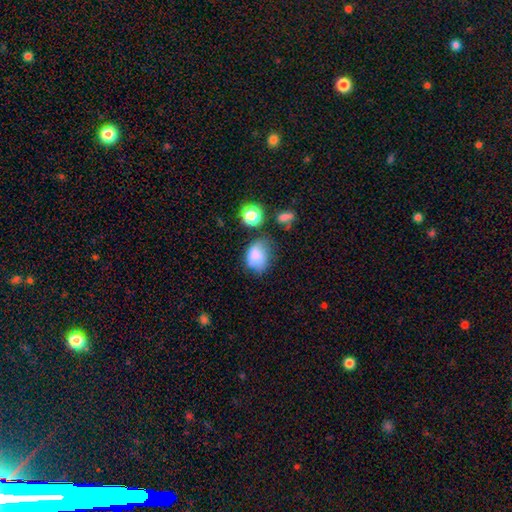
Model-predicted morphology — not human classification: The model was most divided on "merging": none: 40%, minor disturbance: 34%, major disturbance: 16%, merger: 10%. More confident: smooth or featured — smooth (78%); how rounded — in between (66%).